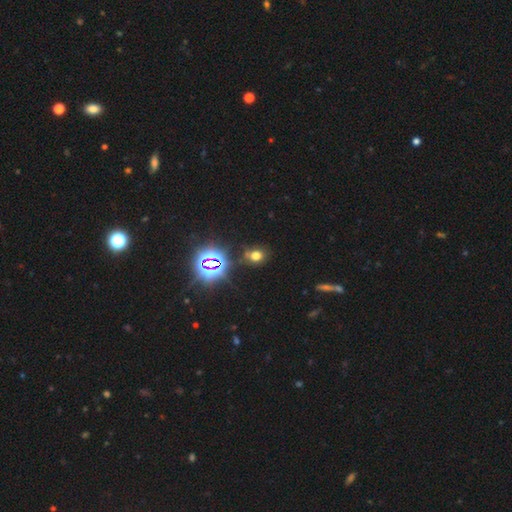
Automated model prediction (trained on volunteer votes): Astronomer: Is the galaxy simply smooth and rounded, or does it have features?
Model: smooth — 57% (runner-up: star or artifact, 34%).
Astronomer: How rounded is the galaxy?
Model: round — 59% (runner-up: in between, 40%).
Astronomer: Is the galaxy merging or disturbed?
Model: none — 74%.